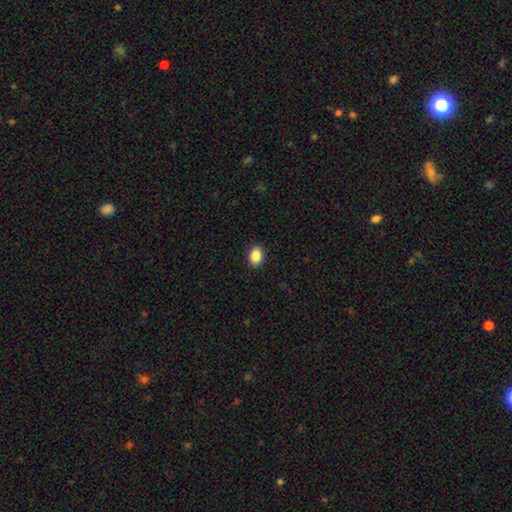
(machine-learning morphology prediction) Smooth or featured? smooth (88%)
How rounded? in between (74%)
Merging? none (90%)